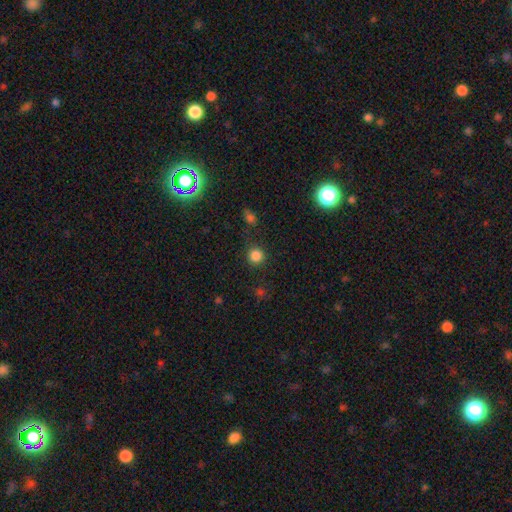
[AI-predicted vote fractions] Smooth or featured? Predicted: smooth (p=0.82). How rounded? Predicted: round (p=0.94). Merging? Predicted: none (p=0.85).